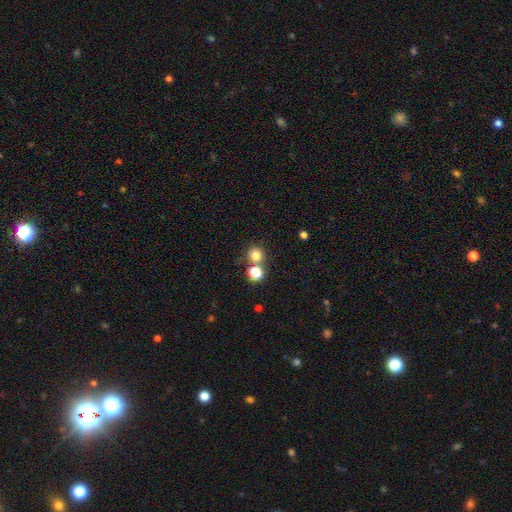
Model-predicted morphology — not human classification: type=smooth (78%); roundness=round (92%); merging=none (68%).